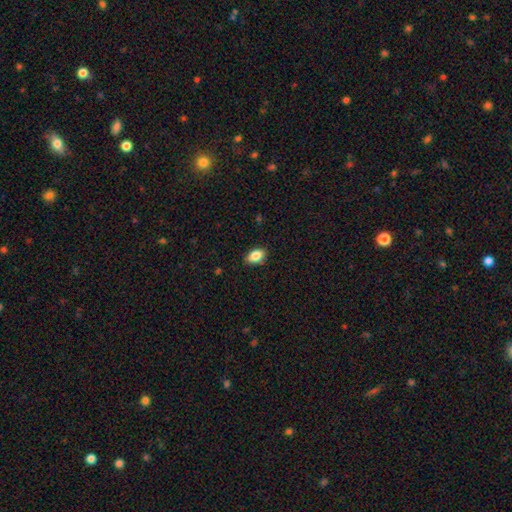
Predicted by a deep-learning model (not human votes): Smooth or featured? smooth (86%)
How rounded? in between (87%)
Merging? none (85%)